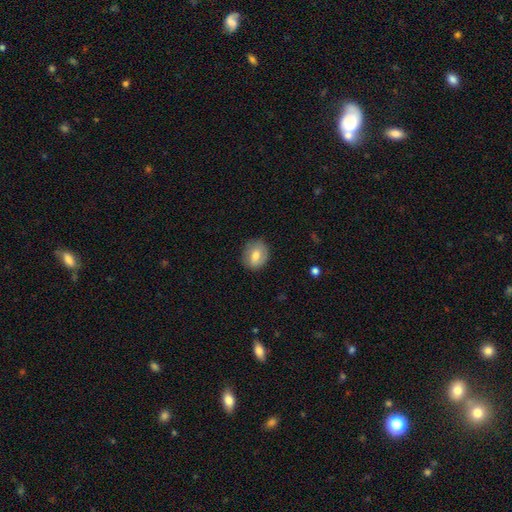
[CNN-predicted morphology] A smooth galaxy with no disk features (73%) that is round (59%). Merging: none (81%).